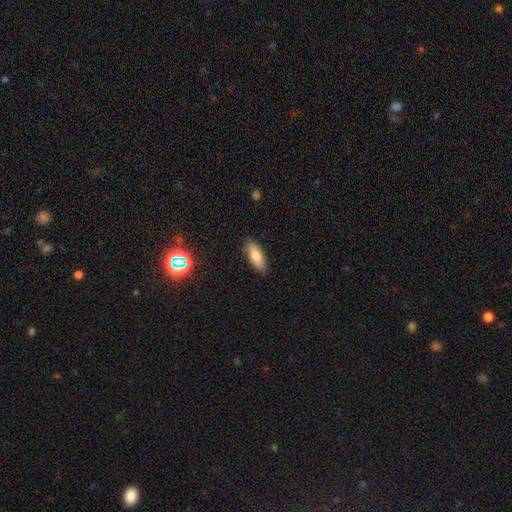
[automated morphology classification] Q: Smooth or featured?
A: smooth (77%); runner-up: featured or disk (15%)
Q: How rounded?
A: in between (69%); runner-up: cigar-shaped (29%)
Q: Merging?
A: none (87%); runner-up: minor disturbance (10%)